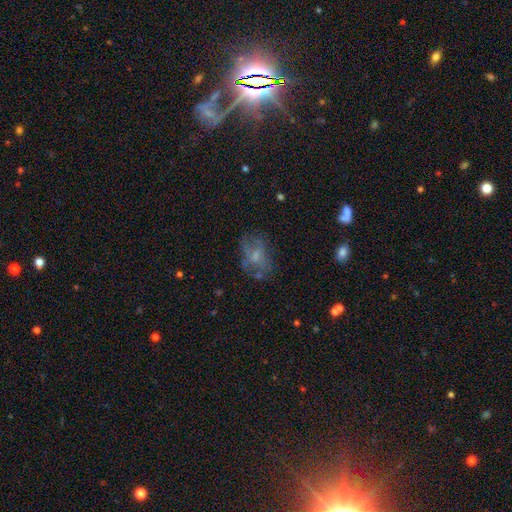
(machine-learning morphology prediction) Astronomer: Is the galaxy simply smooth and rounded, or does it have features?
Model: smooth — 44% (runner-up: featured or disk, 43%).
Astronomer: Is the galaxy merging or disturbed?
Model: none — 49%.